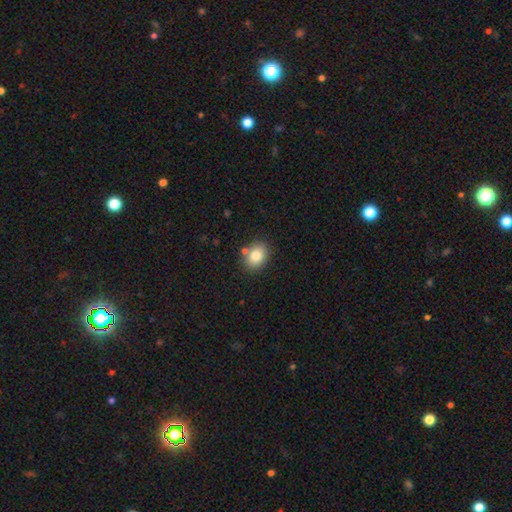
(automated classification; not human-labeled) This is clearly a smooth galaxy (83%). How rounded: possibly in between (58%). Merging: likely none (78%).